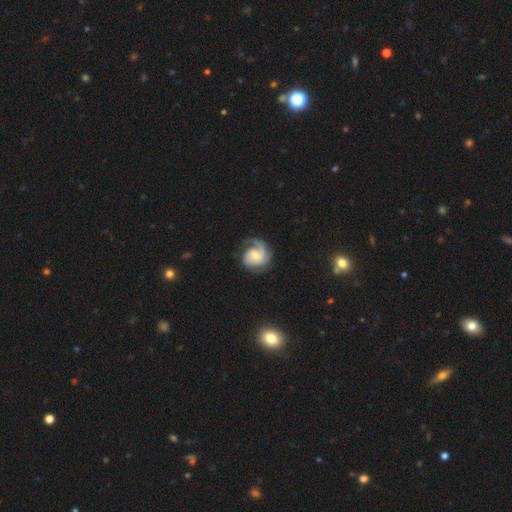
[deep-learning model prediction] A featured or disk galaxy (83%) with no bar (55%), 2 (45%) tight (48%) spiral arms (97%) and a moderate central bulge (46%).

Vote fractions:
- Smooth or featured? featured or disk: 83% / smooth: 11% / star or artifact: 6%
- Edge-on disk? no: 98% / yes: 2%
- Bar? no: 55% / weak: 37% / strong: 8%
- Spiral arms? yes: 97% / no: 3%
- Spiral winding? tight: 48% / medium: 39% / loose: 13%
- Spiral arm count? 2: 45% / 1: 29% / 3: 11% / can't tell: 10% / 4: 2% / more than 4: 2%
- Bulge size? moderate: 46% / small: 41% / large: 6% / none: 5% / dominant: 1%
- Merging? none: 67% / minor disturbance: 19% / major disturbance: 13% / merger: 1%